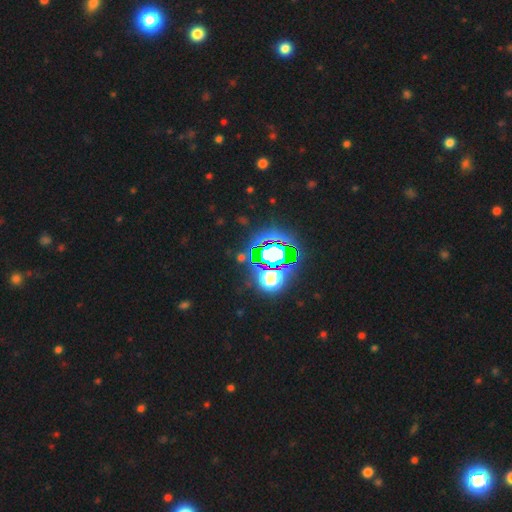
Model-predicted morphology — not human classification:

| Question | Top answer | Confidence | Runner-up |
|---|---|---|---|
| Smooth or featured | star or artifact | 80% | smooth (12%) |